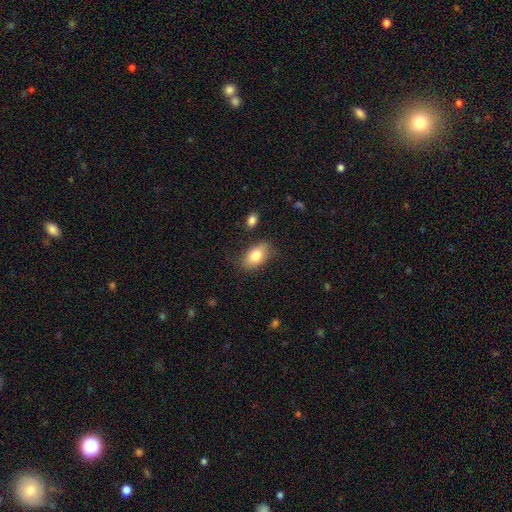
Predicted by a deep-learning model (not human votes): A smooth galaxy with no disk features (80%) that is in between round and cigar-shaped (89%). Merging: none (79%).